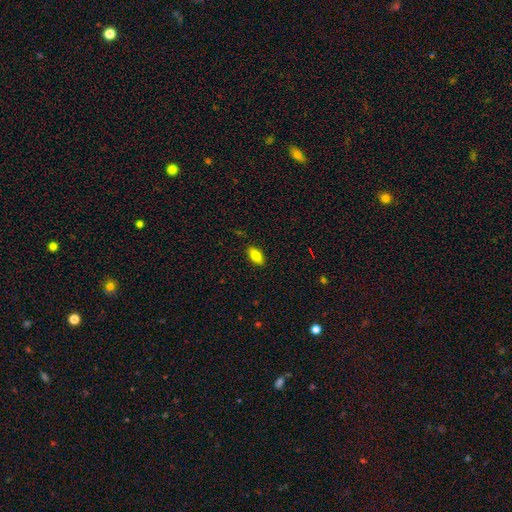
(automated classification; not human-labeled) smooth_or_featured: smooth (p=0.83) [alt: featured or disk p=0.09]
how_rounded: in between (p=0.86) [alt: cigar-shaped p=0.11]
merging: none (p=0.87) [alt: minor disturbance p=0.10]